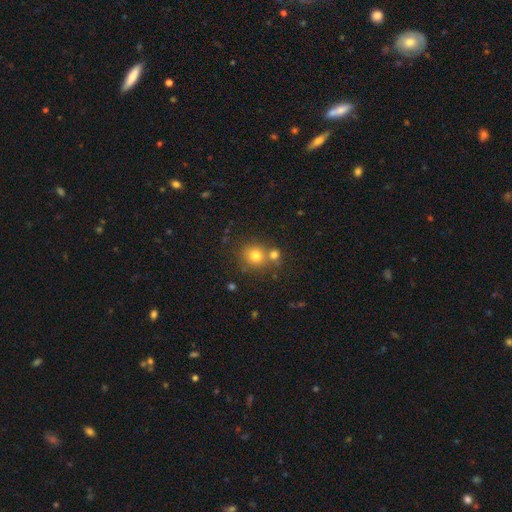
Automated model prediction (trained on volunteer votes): This is likely a smooth galaxy (77%). How rounded: clearly round (83%). Merging: possibly none (59%).